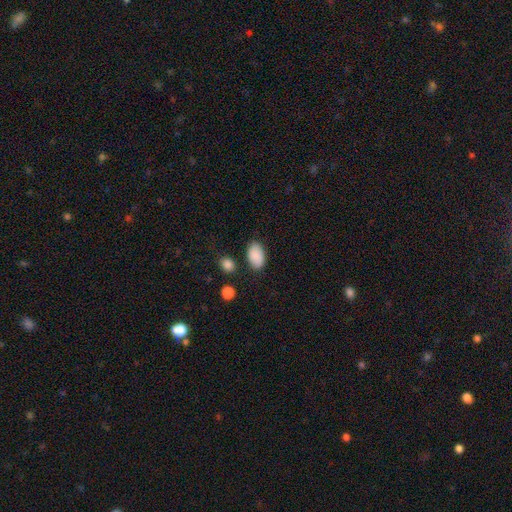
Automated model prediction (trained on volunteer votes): Smooth or featured?
  - smooth: 88% *
  - star or artifact: 7%
  - featured or disk: 5%
How rounded?
  - in between: 92% *
  - round: 7%
  - cigar-shaped: 1%
Merging?
  - none: 79% *
  - minor disturbance: 14%
  - major disturbance: 4%
  - merger: 3%